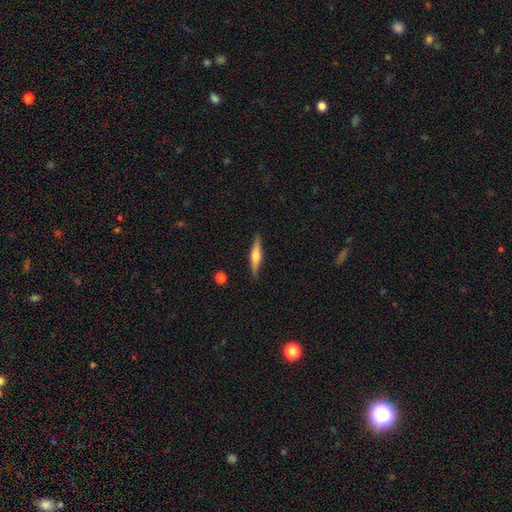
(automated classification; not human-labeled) Q: Smooth or featured?
A: featured or disk (57%); runner-up: smooth (37%)
Q: Edge-on disk?
A: yes (97%); runner-up: no (3%)
Q: Edge-on bulge?
A: rounded (84%); runner-up: boxy (10%)
Q: Merging?
A: none (89%); runner-up: minor disturbance (8%)